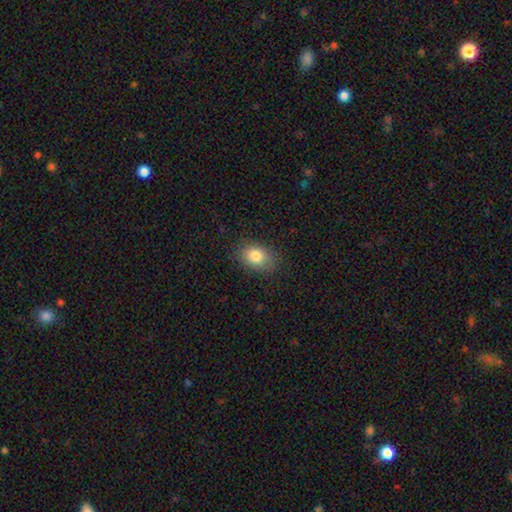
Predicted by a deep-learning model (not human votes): A smooth galaxy with no disk features (83%) that is in between round and cigar-shaped (76%).

Vote fractions:
- Smooth or featured? smooth: 83% / star or artifact: 9% / featured or disk: 8%
- How rounded? in between: 76% / round: 23% / cigar-shaped: 1%
- Merging? none: 83% / minor disturbance: 12% / major disturbance: 3% / merger: 1%